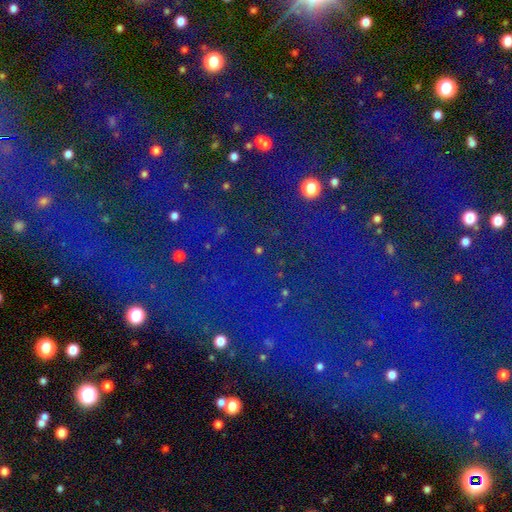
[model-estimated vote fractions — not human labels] Smooth or featured? Predicted: star or artifact (p=0.81).